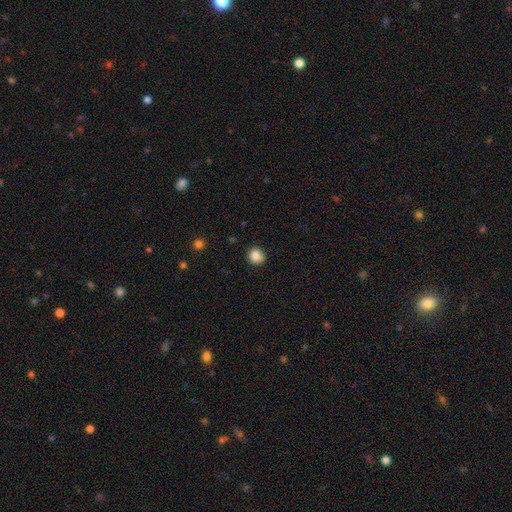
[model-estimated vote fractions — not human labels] smooth_or_featured: smooth (p=0.87) [alt: star or artifact p=0.10]
how_rounded: round (p=0.88) [alt: in between p=0.11]
merging: none (p=0.88) [alt: minor disturbance p=0.09]